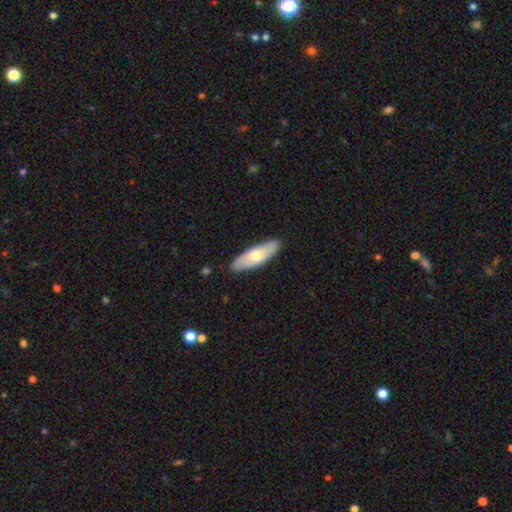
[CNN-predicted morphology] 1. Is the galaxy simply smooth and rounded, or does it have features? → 63% smooth, 32% featured or disk, 5% star or artifact.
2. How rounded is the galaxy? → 59% in between, 38% cigar-shaped, 2% round.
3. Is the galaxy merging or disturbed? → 88% none, 9% minor disturbance, 2% major disturbance, 1% merger.